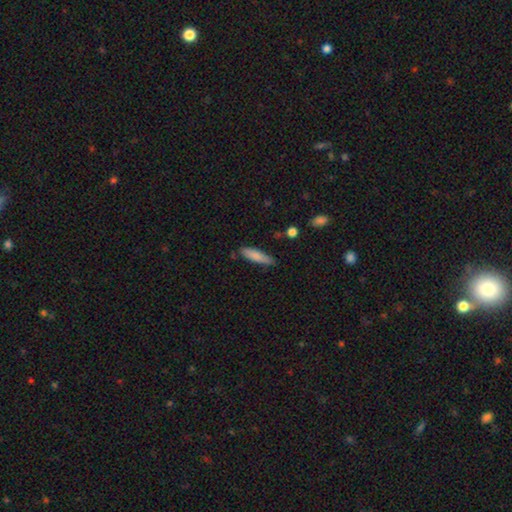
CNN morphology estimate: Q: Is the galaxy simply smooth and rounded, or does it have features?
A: smooth — 83%.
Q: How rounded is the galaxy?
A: cigar-shaped — 70%.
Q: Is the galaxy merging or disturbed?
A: none — 77%.